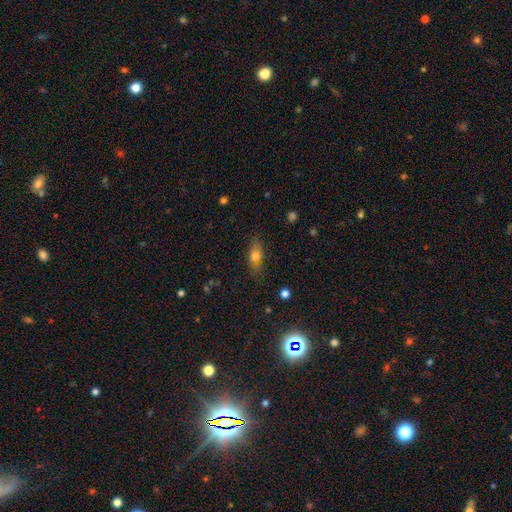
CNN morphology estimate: smooth 70%, featured or disk 20%, star or artifact 10%. Down the decision tree: how rounded — in between (68%); merging — none (75%).